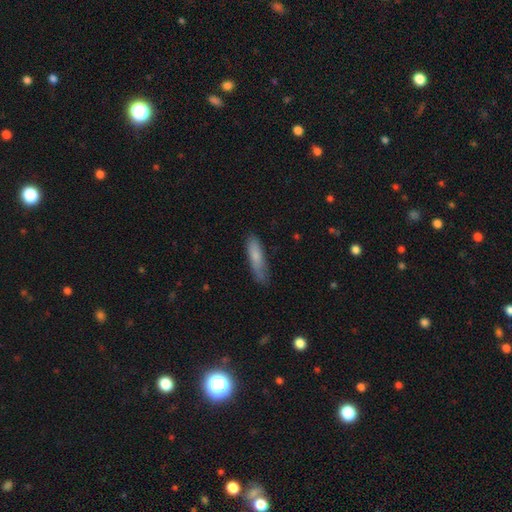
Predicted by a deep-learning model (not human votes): This appears to be a smooth galaxy with no disk features (75%) that is cigar-shaped (75%). Merging: none (70%).